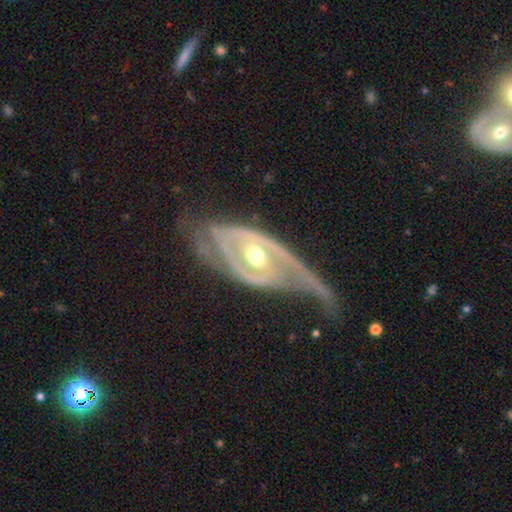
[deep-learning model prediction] smooth-or-featured: featured or disk: 88% | smooth: 8% | star or artifact: 4%
  disk-edge-on: no: 92% | yes: 8%
    bar: no: 61% | weak: 26% | strong: 14%
    has-spiral-arms: yes: 84% | no: 16%
      spiral-winding: tight: 41% | medium: 34% | loose: 25%
      spiral-arm-count: 2: 61% | 1: 17% | can't tell: 14% | 3: 4% | 4: 2% | more than 4: 2%
    bulge-size: moderate: 78% | small: 13% | large: 7% | dominant: 1% | none: 1%
  merging: major disturbance: 37% | none: 35% | minor disturbance: 24% | merger: 3%